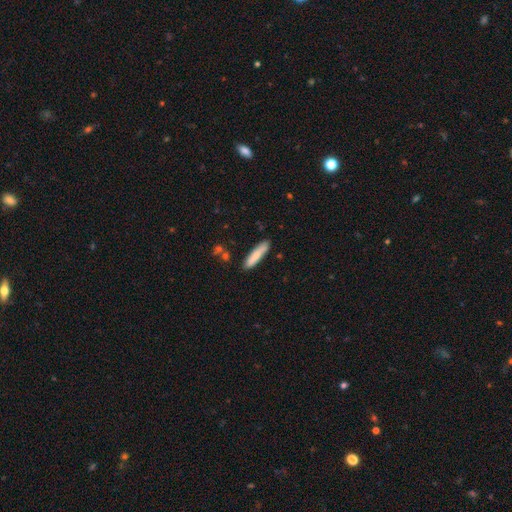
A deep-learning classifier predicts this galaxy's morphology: This is clearly a smooth galaxy (81%). How rounded: clearly cigar-shaped (83%). Merging: clearly none (83%).